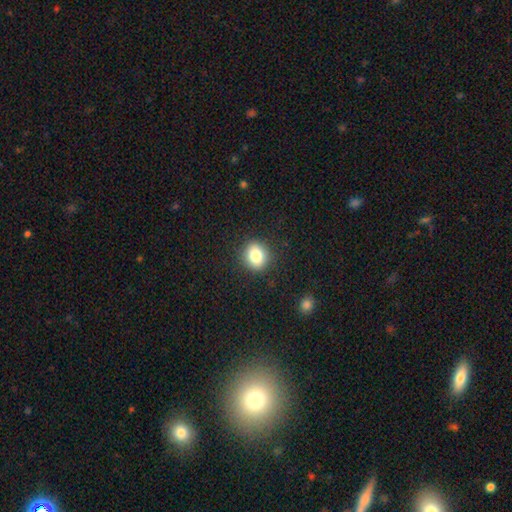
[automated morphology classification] type=smooth (82%); roundness=round (76%); merging=none (89%).